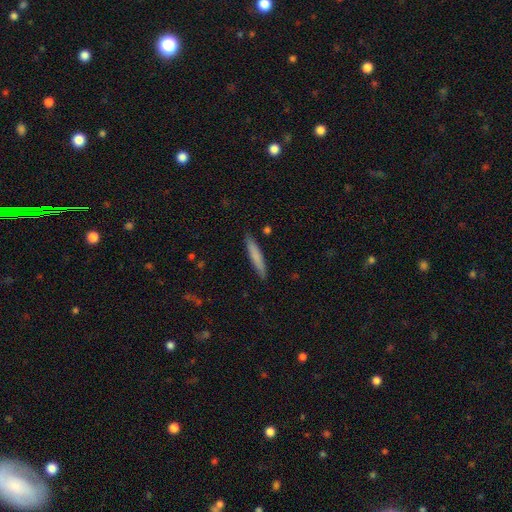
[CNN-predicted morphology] Smooth or featured? Predicted: smooth (p=0.75). How rounded? Predicted: cigar-shaped (p=0.94). Merging? Predicted: none (p=0.89).